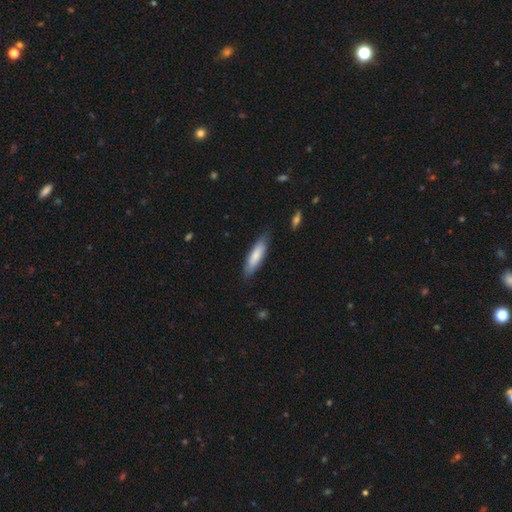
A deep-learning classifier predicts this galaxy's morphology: Smooth or featured: smooth — 78% (featured or disk — 17%)
How rounded: cigar-shaped — 64% (in between — 35%)
Merging: none — 81% (minor disturbance — 15%)